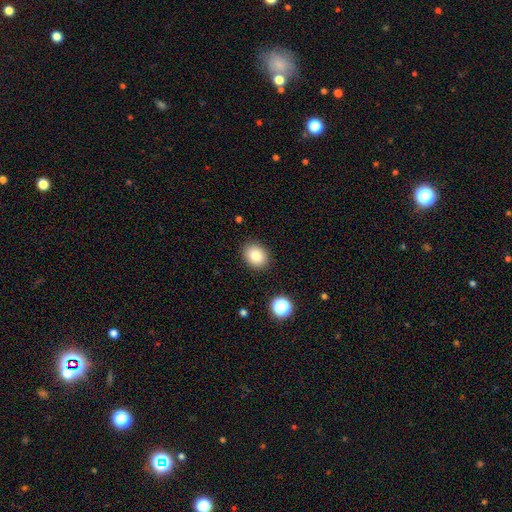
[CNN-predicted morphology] Smooth or featured?
  - smooth: 84% *
  - star or artifact: 10%
  - featured or disk: 7%
How rounded?
  - round: 56% *
  - in between: 43%
  - cigar-shaped: 1%
Merging?
  - none: 89% *
  - minor disturbance: 8%
  - major disturbance: 2%
  - merger: 1%